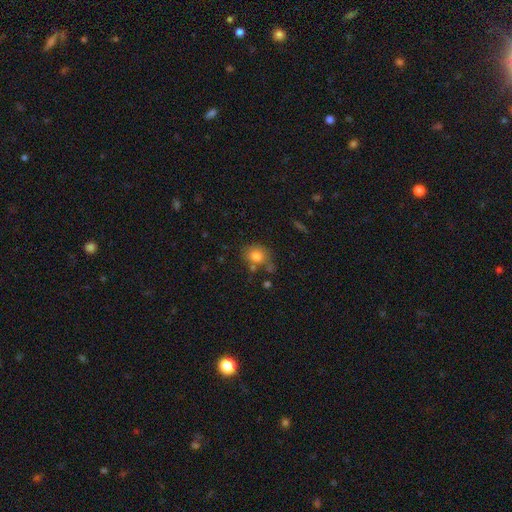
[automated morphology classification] A smooth galaxy with no disk features (79%) that is round (57%).

Vote fractions:
- Smooth or featured? smooth: 79% / featured or disk: 11% / star or artifact: 10%
- How rounded? round: 57% / in between: 42% / cigar-shaped: 1%
- Merging? none: 58% / minor disturbance: 20% / merger: 14% / major disturbance: 8%